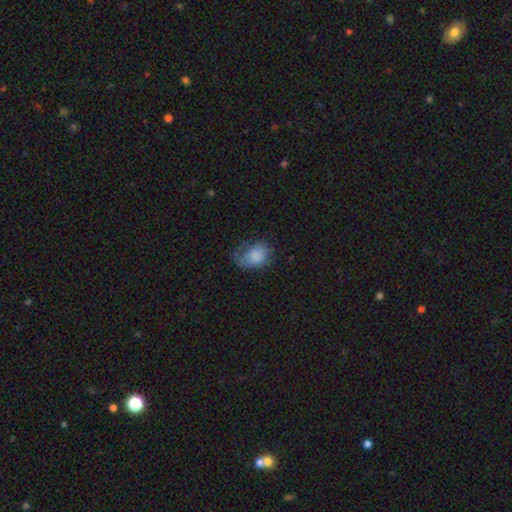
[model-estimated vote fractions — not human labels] A smooth galaxy with no disk features (65%) that is in between round and cigar-shaped (73%). Merging: major disturbance (38%).